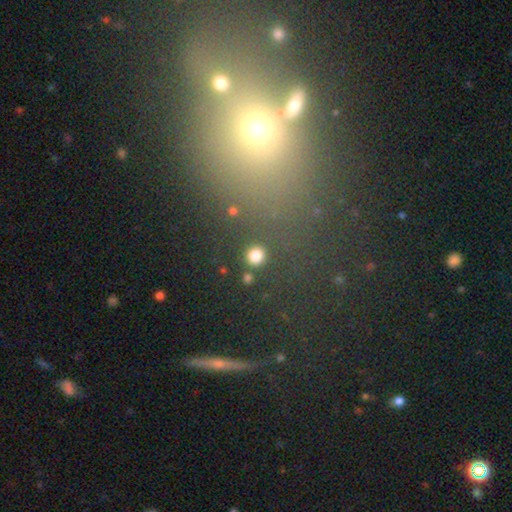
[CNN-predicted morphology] smooth-or-featured: smooth: 82% | star or artifact: 14% | featured or disk: 4%
  how-rounded: round: 94% | in between: 5% | cigar-shaped: 1%
  merging: none: 88% | minor disturbance: 5% | merger: 4% | major disturbance: 3%